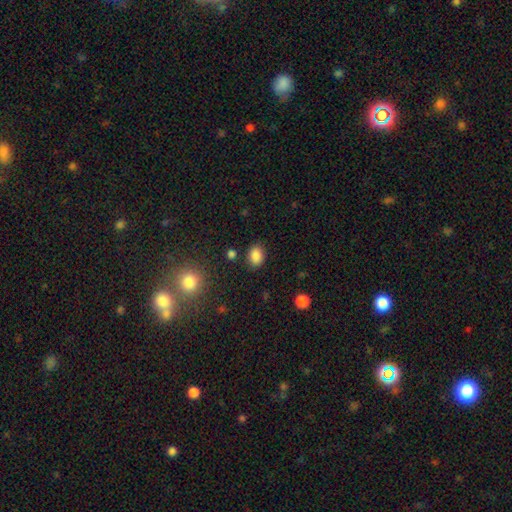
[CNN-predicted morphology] The model was most divided on "how rounded": in between: 65%, round: 34%, cigar-shaped: 1%. More confident: smooth or featured — smooth (86%); merging — none (84%).